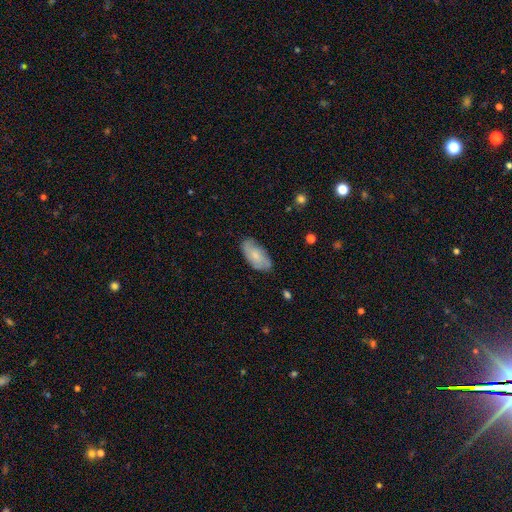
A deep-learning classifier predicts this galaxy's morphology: Smooth or featured: smooth — 59% (featured or disk — 34%)
How rounded: in between — 92% (cigar-shaped — 5%)
Merging: none — 75% (minor disturbance — 20%)